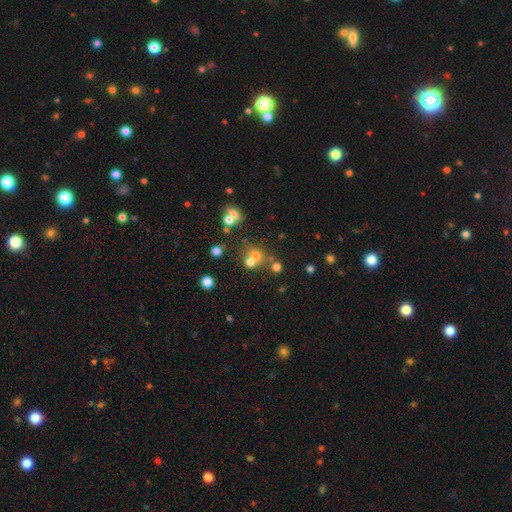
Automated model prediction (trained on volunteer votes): This is possibly a smooth galaxy (55%). How rounded: clearly round (82%). Merging: possibly none (49%).